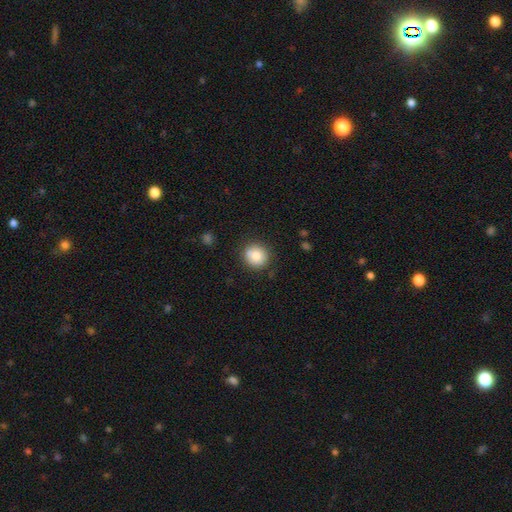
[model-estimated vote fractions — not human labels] Overall: smooth (82%). How rounded: round (89%). Merging: none (82%).